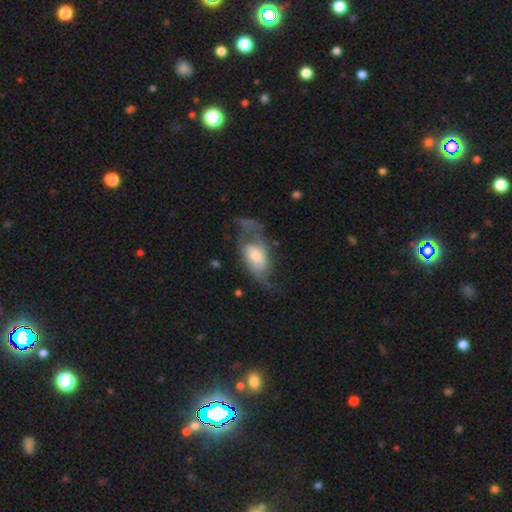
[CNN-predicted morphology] Q: Smooth or featured?
A: featured or disk (74%); runner-up: smooth (20%)
Q: Edge-on disk?
A: no (94%); runner-up: yes (6%)
Q: Bar?
A: no (57%); runner-up: weak (33%)
Q: Spiral arms?
A: yes (88%); runner-up: no (12%)
Q: Spiral winding?
A: loose (56%); runner-up: medium (34%)
Q: Spiral arm count?
A: 2 (82%); runner-up: can't tell (8%)
Q: Bulge size?
A: moderate (38%); runner-up: small (32%)
Q: Merging?
A: none (47%); runner-up: major disturbance (31%)